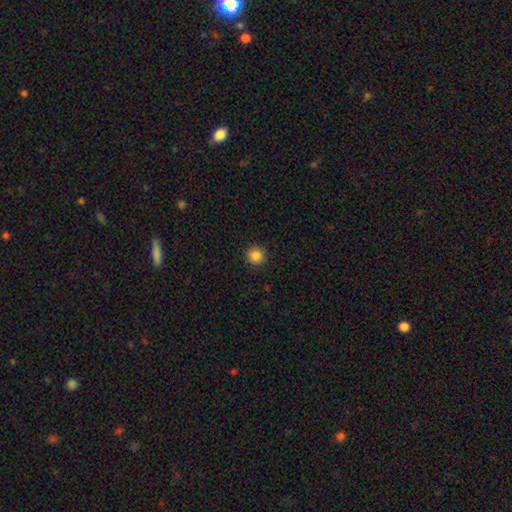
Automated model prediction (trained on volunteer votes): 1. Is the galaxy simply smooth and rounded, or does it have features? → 86% smooth, 10% star or artifact, 4% featured or disk.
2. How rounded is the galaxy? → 93% round, 6% in between, 1% cigar-shaped.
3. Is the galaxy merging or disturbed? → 92% none, 5% minor disturbance, 2% major disturbance, 1% merger.